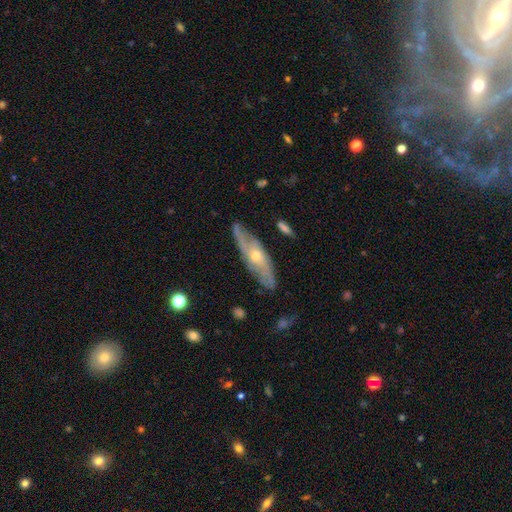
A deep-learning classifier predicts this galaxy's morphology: featured or disk 72%, smooth 22%, star or artifact 6%. Down the decision tree: edge-on disk — no (61%); merging — none (77%).